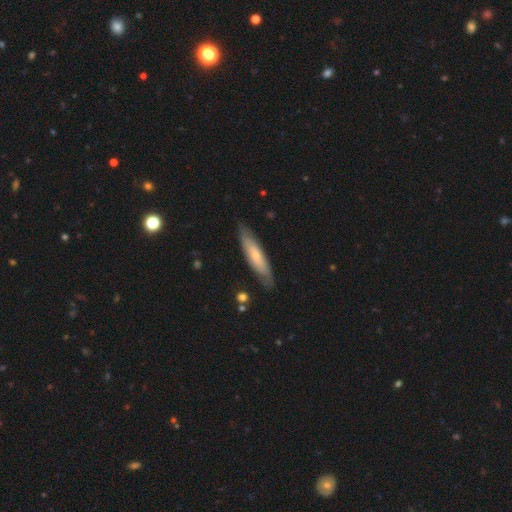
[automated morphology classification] A smooth galaxy with no disk features (49%). Merging: none (82%).